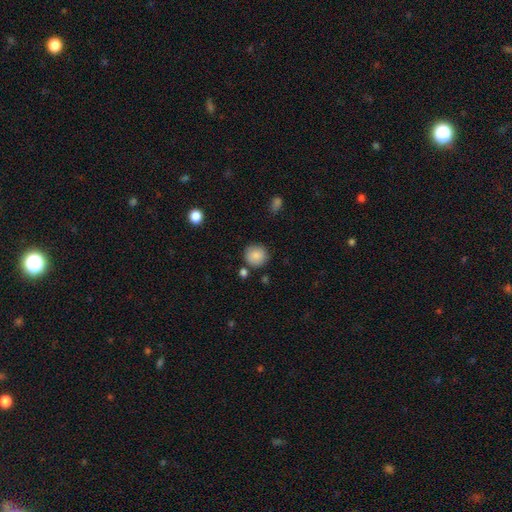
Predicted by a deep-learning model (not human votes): smooth 87%, star or artifact 8%, featured or disk 5%. Down the decision tree: how rounded — round (91%); merging — none (83%).